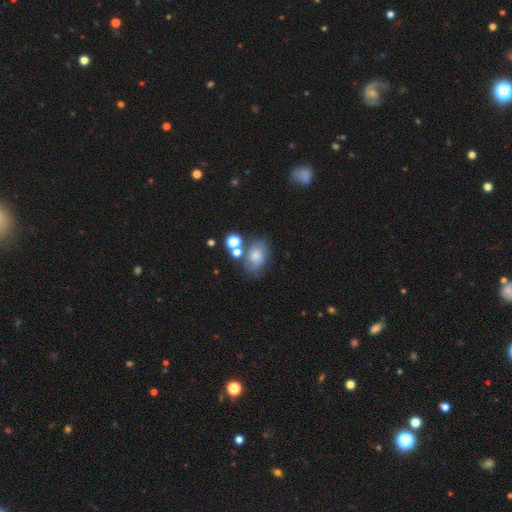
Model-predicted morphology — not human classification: Smooth or featured?
  - smooth: 49% *
  - featured or disk: 38%
  - star or artifact: 13%
Merging?
  - none: 53% *
  - minor disturbance: 21%
  - merger: 16%
  - major disturbance: 10%